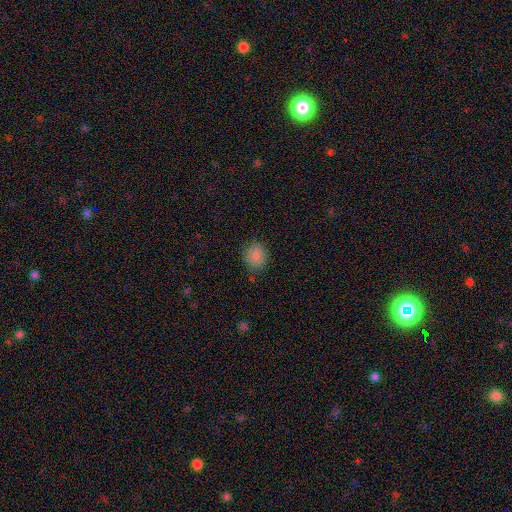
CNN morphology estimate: A smooth galaxy with no disk features (85%) that is round (65%). Merging: none (82%).